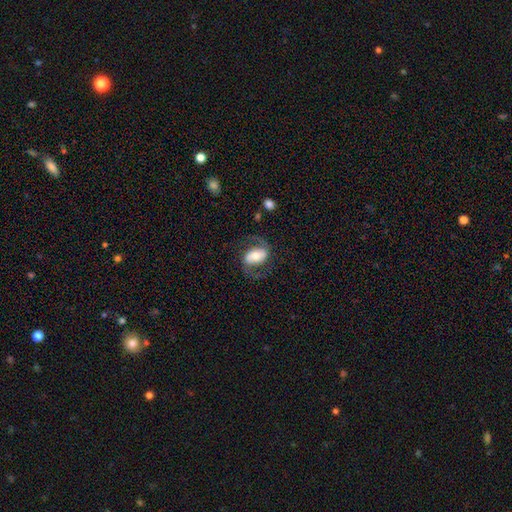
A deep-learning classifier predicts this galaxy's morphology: Smooth or featured: featured or disk — 68% (smooth — 25%)
Edge-on disk: no — 96% (yes — 4%)
Bar: strong — 35% (no — 34%)
Spiral arms: yes — 89% (no — 11%)
Spiral winding: medium — 47% (loose — 39%)
Spiral arm count: 2 — 91% (can't tell — 4%)
Bulge size: moderate — 57% (small — 20%)
Merging: none — 69% (minor disturbance — 15%)